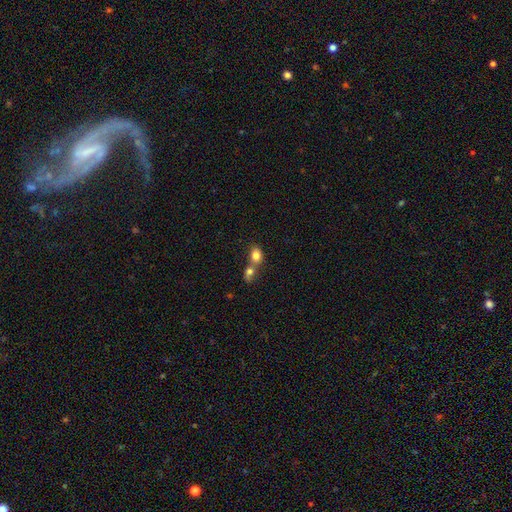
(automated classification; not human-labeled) Overall: smooth (79%). How rounded: in between (55%; round 43%). Merging: merger (65%; none 25%).